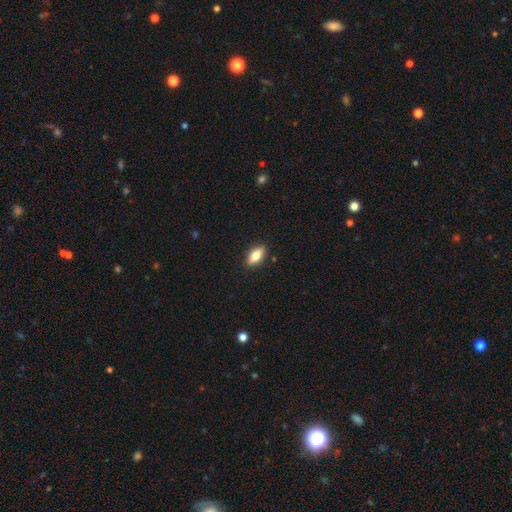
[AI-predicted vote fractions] smooth_or_featured: smooth (p=0.69) [alt: featured or disk p=0.24]
how_rounded: in between (p=0.78) [alt: cigar-shaped p=0.18]
merging: none (p=0.88) [alt: minor disturbance p=0.09]